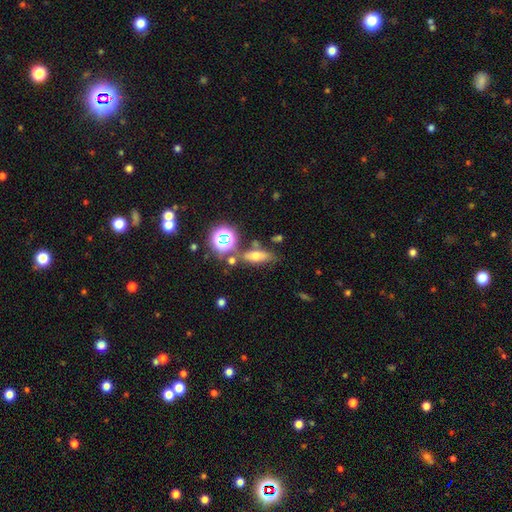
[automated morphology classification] This is possibly a smooth galaxy (55%). How rounded: possibly in between (54%). Merging: likely none (64%).